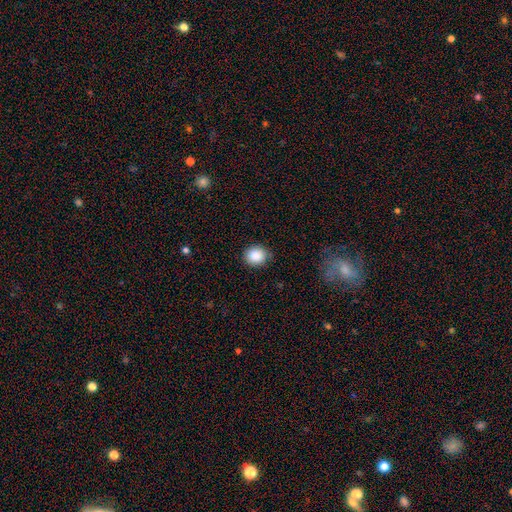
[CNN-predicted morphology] Q: Smooth or featured?
A: smooth (88%); runner-up: star or artifact (9%)
Q: How rounded?
A: round (80%); runner-up: in between (19%)
Q: Merging?
A: none (85%); runner-up: minor disturbance (11%)